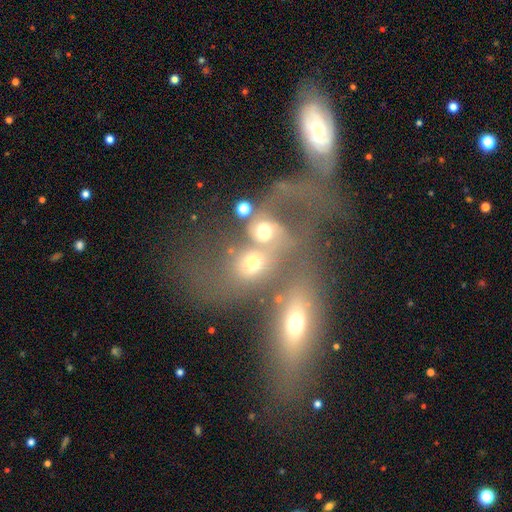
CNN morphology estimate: This appears to be a featured or disk galaxy (50%). Merging: merger (74%).